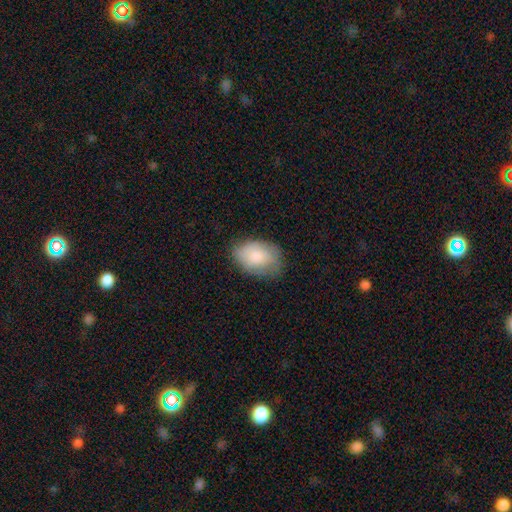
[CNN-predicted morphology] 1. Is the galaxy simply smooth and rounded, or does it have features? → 81% smooth, 13% featured or disk, 6% star or artifact.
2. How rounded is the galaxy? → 85% in between, 14% round, 1% cigar-shaped.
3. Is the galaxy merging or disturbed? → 70% none, 23% minor disturbance, 6% major disturbance, 1% merger.